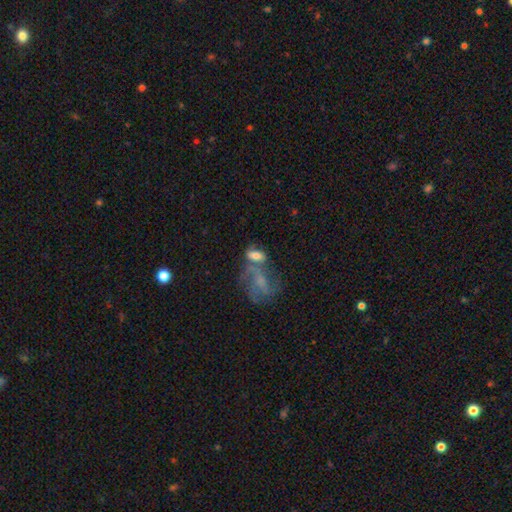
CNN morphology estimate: Smooth or featured: smooth — 61% (featured or disk — 28%)
How rounded: in between — 85% (round — 9%)
Merging: merger — 38% (none — 33%)